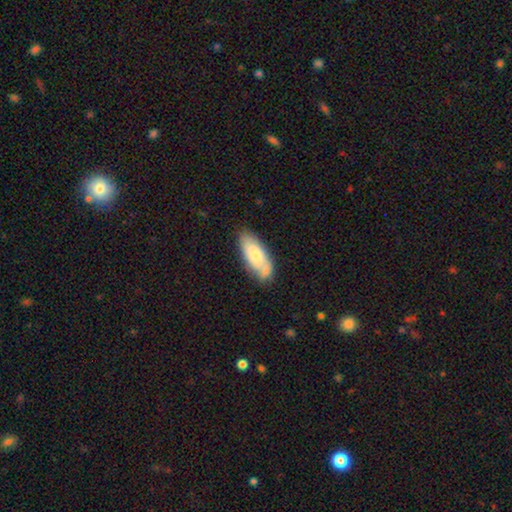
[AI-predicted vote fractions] Smooth or featured?
  - smooth: 64% *
  - featured or disk: 30%
  - star or artifact: 6%
How rounded?
  - in between: 79% *
  - cigar-shaped: 19%
  - round: 2%
Merging?
  - none: 66% *
  - minor disturbance: 22%
  - merger: 6%
  - major disturbance: 5%